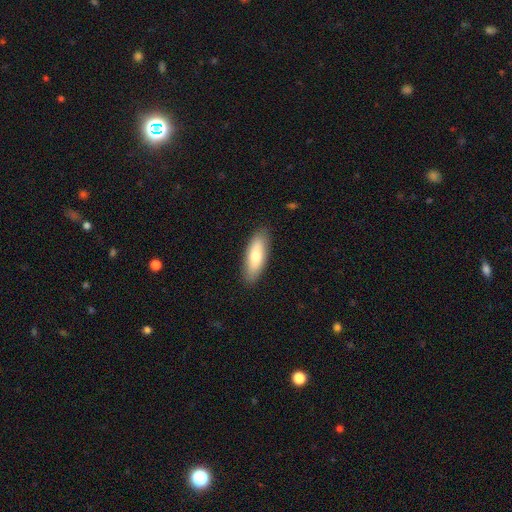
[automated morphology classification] This appears to be a smooth galaxy with no disk features (73%) that is in between round and cigar-shaped (65%). Merging: none (87%).